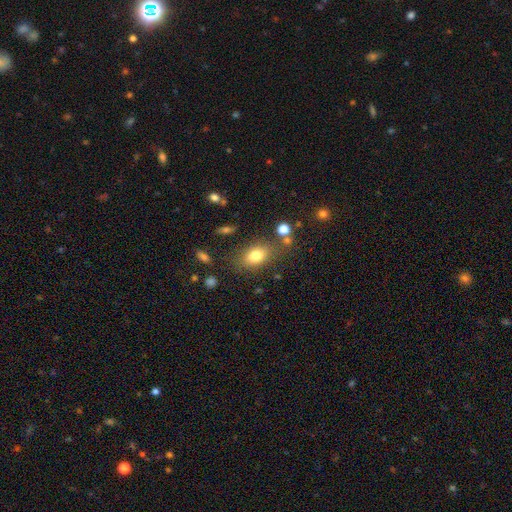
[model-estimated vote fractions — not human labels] Morphology: type=smooth (78%); roundness=in between (79%); merging=none (73%).